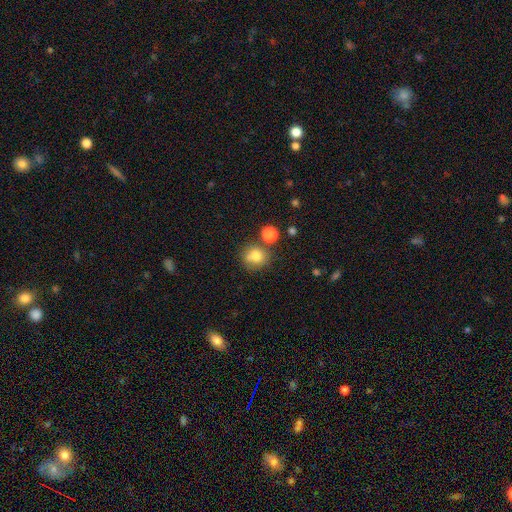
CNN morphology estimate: The model was most divided on "merging": none: 62%, merger: 18%, minor disturbance: 15%, major disturbance: 5%. More confident: how rounded — round (82%); smooth or featured — smooth (76%).